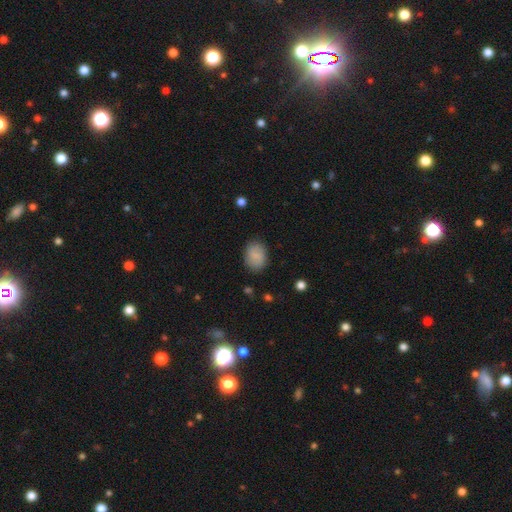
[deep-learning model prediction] Q: Smooth or featured?
A: smooth (84%); runner-up: featured or disk (9%)
Q: How rounded?
A: in between (70%); runner-up: round (29%)
Q: Merging?
A: none (84%); runner-up: minor disturbance (12%)